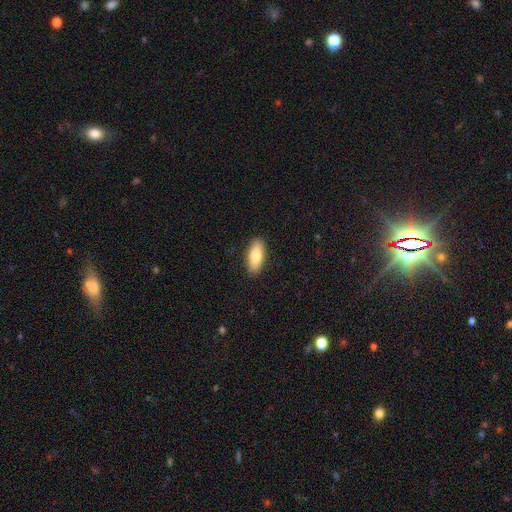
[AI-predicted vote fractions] Smooth or featured? smooth (84%)
How rounded? in between (78%)
Merging? none (89%)